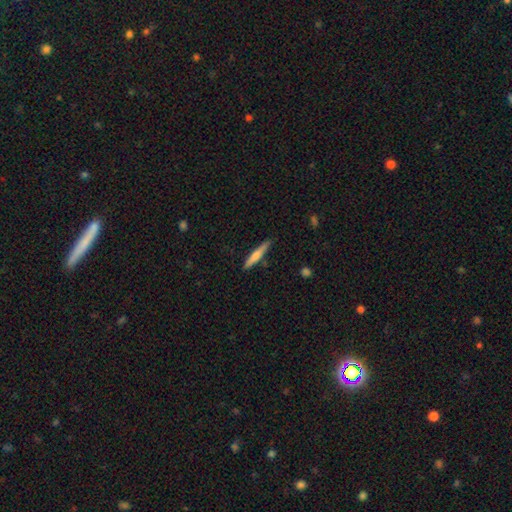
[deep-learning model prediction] Smooth or featured? smooth (62%)
How rounded? cigar-shaped (93%)
Merging? none (85%)